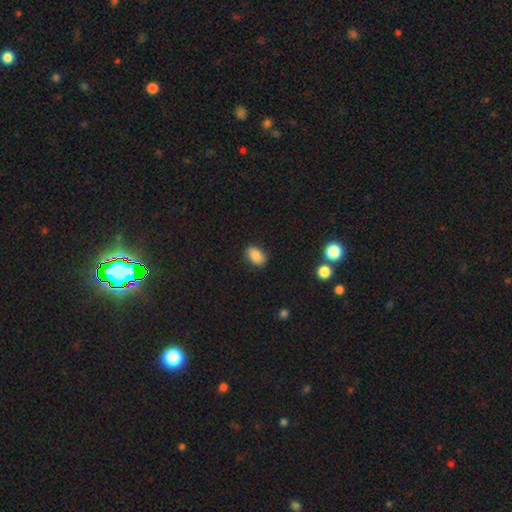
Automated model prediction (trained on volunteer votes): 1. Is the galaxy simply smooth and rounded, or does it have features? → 85% smooth, 9% star or artifact, 7% featured or disk.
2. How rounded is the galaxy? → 84% in between, 14% round, 2% cigar-shaped.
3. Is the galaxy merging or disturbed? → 83% none, 13% minor disturbance, 3% major disturbance, 1% merger.